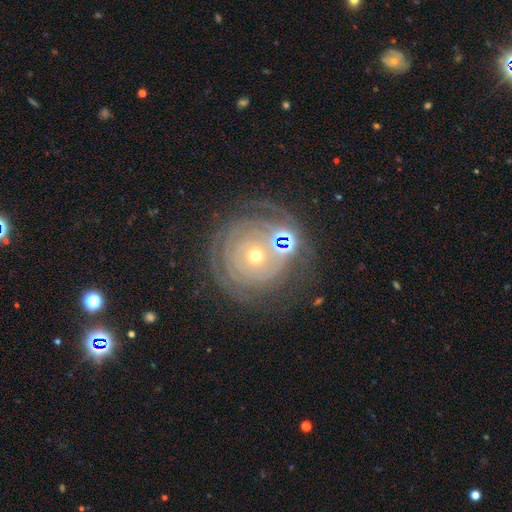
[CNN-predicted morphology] Overall: featured or disk (79%). Edge-on disk: no (97%). Bar: no (83%). Spiral arms: yes (90%). Spiral arm count: can't tell (39%; 2 18%). Spiral winding: tight (86%). Bulge size: small (64%; moderate 32%). Merging: none (71%).